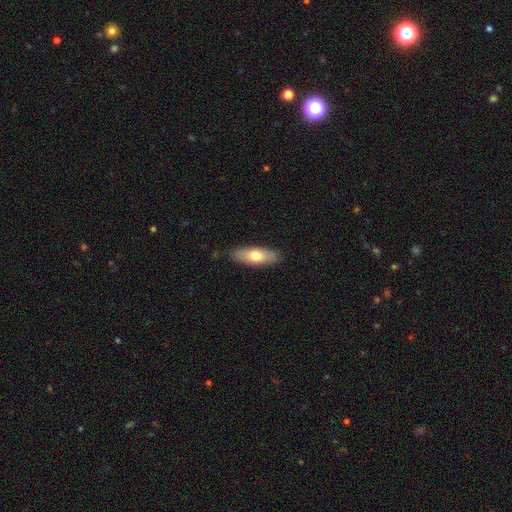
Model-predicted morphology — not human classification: Smooth or featured: smooth — 70% (featured or disk — 24%)
How rounded: in between — 70% (cigar-shaped — 28%)
Merging: none — 86% (minor disturbance — 11%)